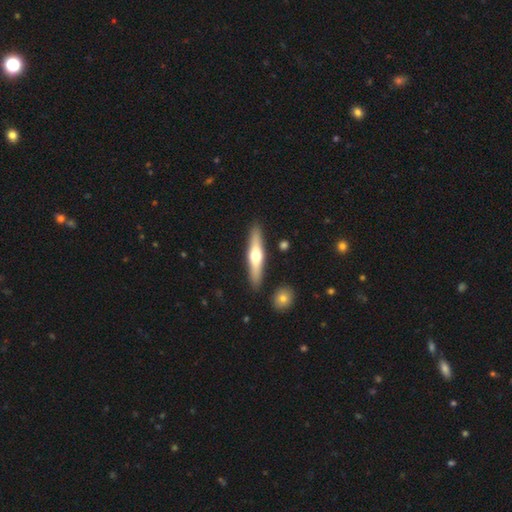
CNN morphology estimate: smooth_or_featured: featured or disk (p=0.53) [alt: smooth p=0.42]
disk_edge_on: yes (p=0.93) [alt: no p=0.07]
merging: none (p=0.88) [alt: minor disturbance p=0.08]